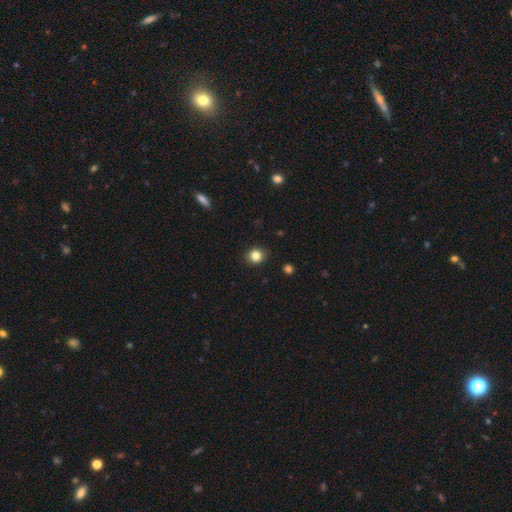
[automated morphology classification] type=smooth (83%); roundness=round (84%); merging=none (90%).